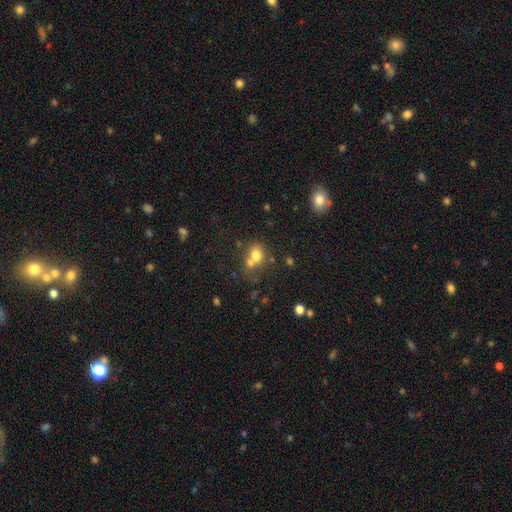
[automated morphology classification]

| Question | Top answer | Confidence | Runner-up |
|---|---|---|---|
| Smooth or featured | smooth | 74% | star or artifact (13%) |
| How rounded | round | 57% | in between (42%) |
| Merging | merger | 45% | none (39%) |